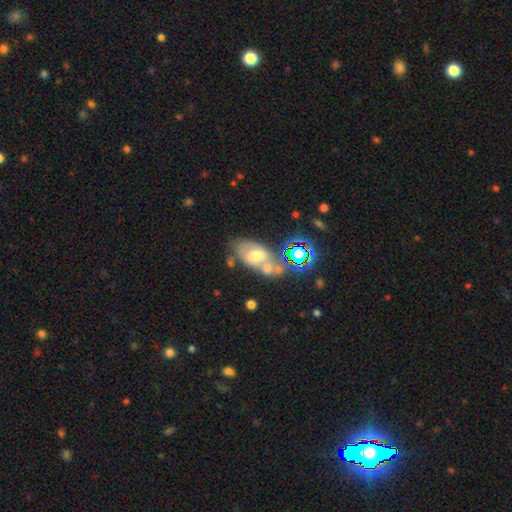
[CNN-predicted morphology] Overall: smooth (44%; featured or disk 38%). Merging: merger (37%; none 35%).